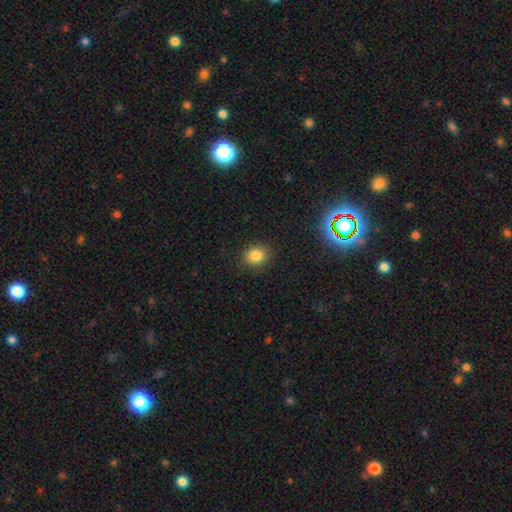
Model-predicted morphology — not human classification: type=smooth (83%); roundness=round (67%); merging=none (88%).